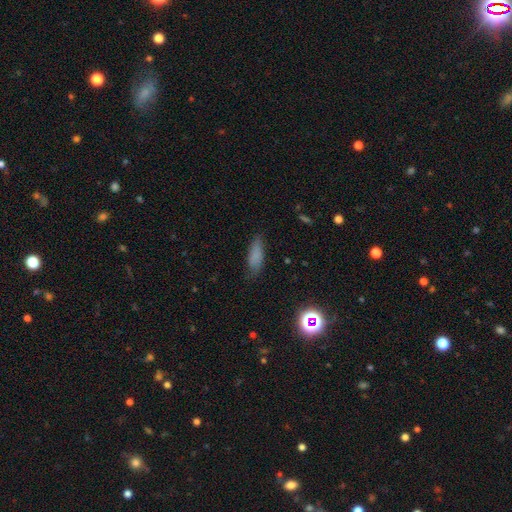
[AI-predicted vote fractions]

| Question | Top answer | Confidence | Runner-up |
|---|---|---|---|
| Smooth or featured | smooth | 77% | star or artifact (11%) |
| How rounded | in between | 61% | cigar-shaped (36%) |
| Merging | none | 73% | minor disturbance (21%) |